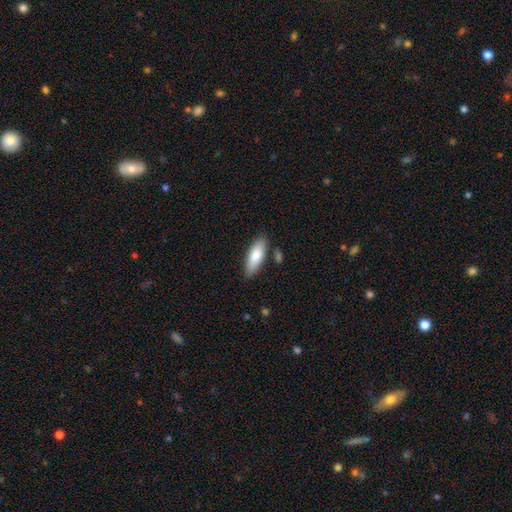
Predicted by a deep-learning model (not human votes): Morphology: type=smooth (82%); roundness=in between (65%); merging=none (81%).